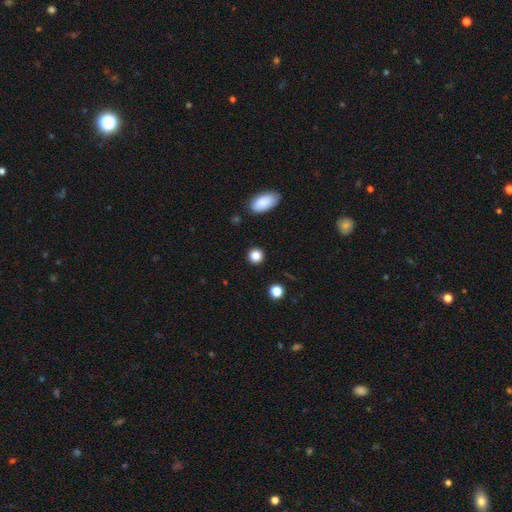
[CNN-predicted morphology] This is clearly a smooth galaxy (85%). How rounded: clearly round (90%). Merging: clearly none (90%).